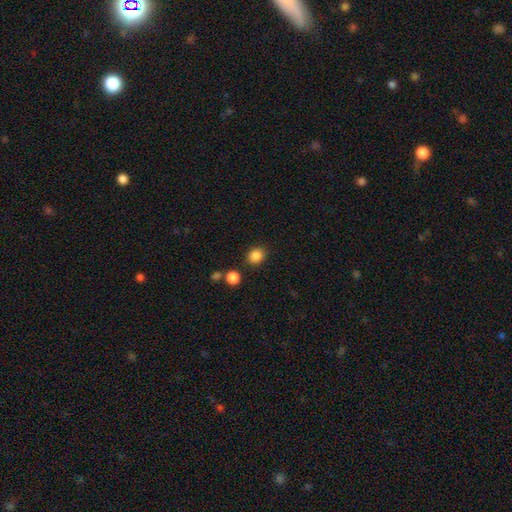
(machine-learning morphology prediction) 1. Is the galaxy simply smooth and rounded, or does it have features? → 86% smooth, 10% star or artifact, 4% featured or disk.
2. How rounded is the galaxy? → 69% round, 30% in between, 1% cigar-shaped.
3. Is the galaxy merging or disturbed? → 85% none, 8% minor disturbance, 4% merger, 3% major disturbance.